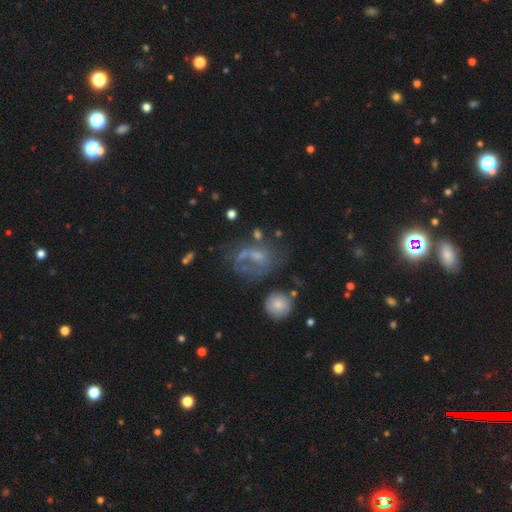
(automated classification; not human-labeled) This is possibly a featured or disk galaxy (52%). It is clearly not viewed edge-on (96%). Merging: marginally major disturbance (35%, tied with none).